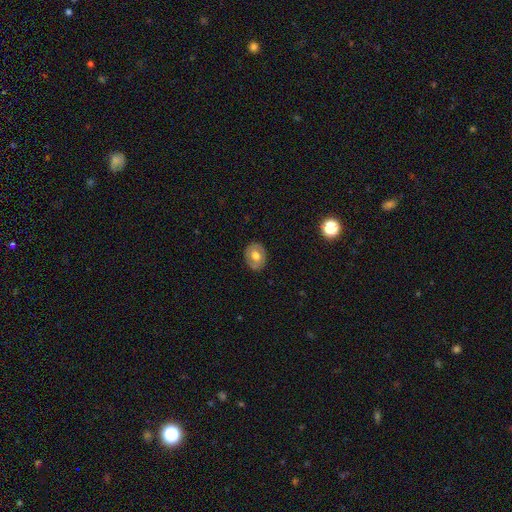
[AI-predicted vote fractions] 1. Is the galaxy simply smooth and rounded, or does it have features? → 54% smooth, 39% featured or disk, 7% star or artifact.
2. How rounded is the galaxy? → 53% round, 46% in between, 1% cigar-shaped.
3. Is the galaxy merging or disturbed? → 85% none, 11% minor disturbance, 3% major disturbance, 1% merger.